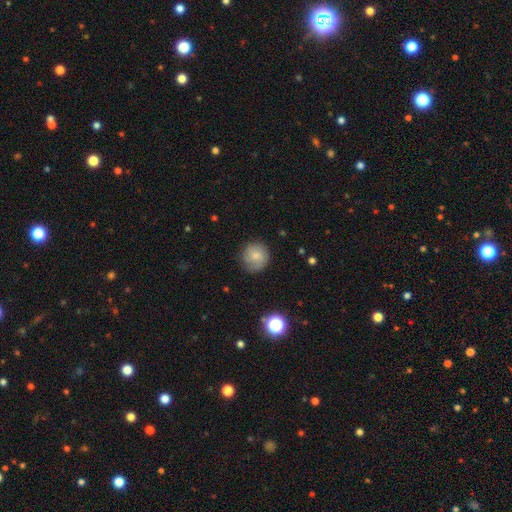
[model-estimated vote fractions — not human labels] Morphology: type=smooth (73%); roundness=round (91%); merging=none (77%).